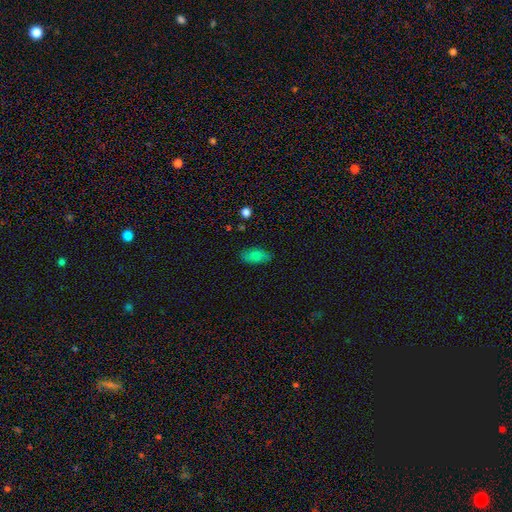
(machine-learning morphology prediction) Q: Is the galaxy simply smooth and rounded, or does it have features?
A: smooth — 83%.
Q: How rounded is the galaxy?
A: in between — 90%.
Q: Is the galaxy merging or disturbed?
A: none — 84%.